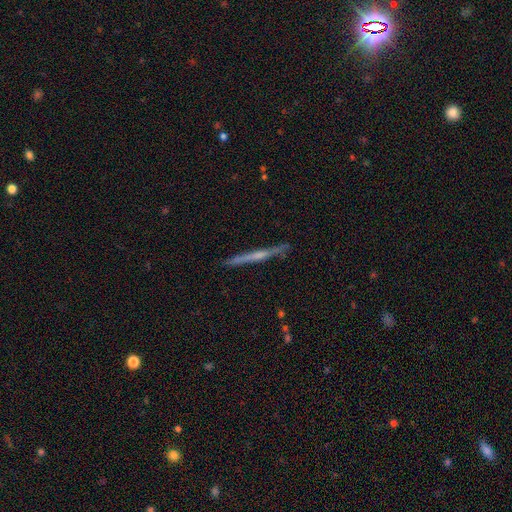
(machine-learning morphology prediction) Smooth or featured: featured or disk — 67% (smooth — 27%)
Edge-on disk: yes — 97% (no — 3%)
Edge-on bulge: none — 50% (rounded — 41%)
Merging: none — 88% (minor disturbance — 9%)